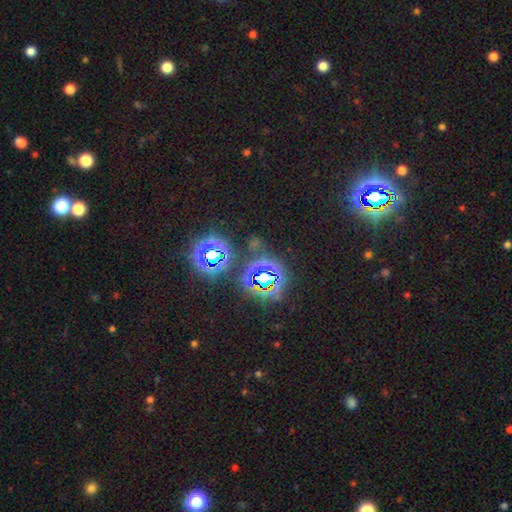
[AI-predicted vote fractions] This is likely a star or artifact rather than a galaxy (77%).